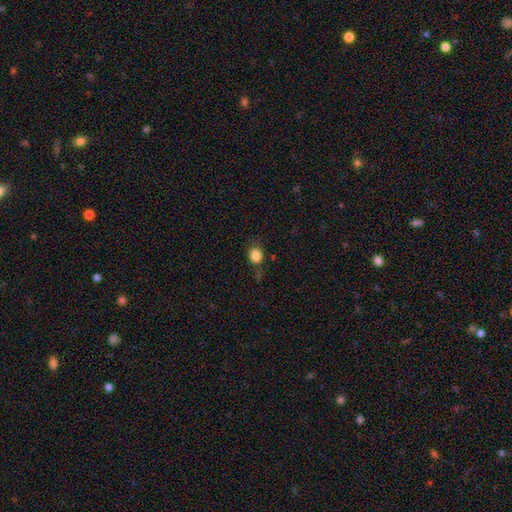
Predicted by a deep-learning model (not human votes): Smooth or featured?
  - smooth: 83% *
  - star or artifact: 12%
  - featured or disk: 5%
How rounded?
  - round: 70% *
  - in between: 28%
  - cigar-shaped: 1%
Merging?
  - none: 66% *
  - minor disturbance: 22%
  - major disturbance: 8%
  - merger: 4%